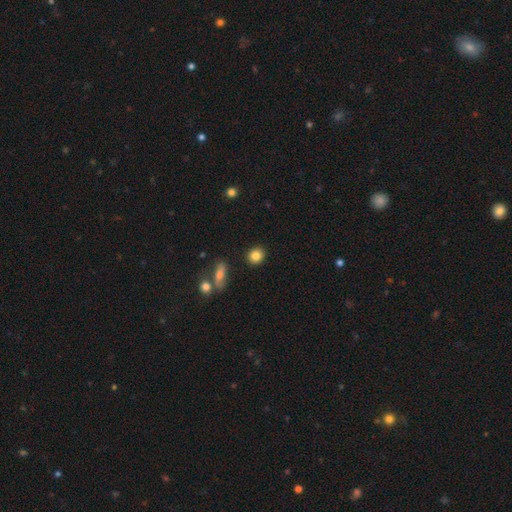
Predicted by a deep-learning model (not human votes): Morphology: type=smooth (84%); roundness=round (77%); merging=none (88%).